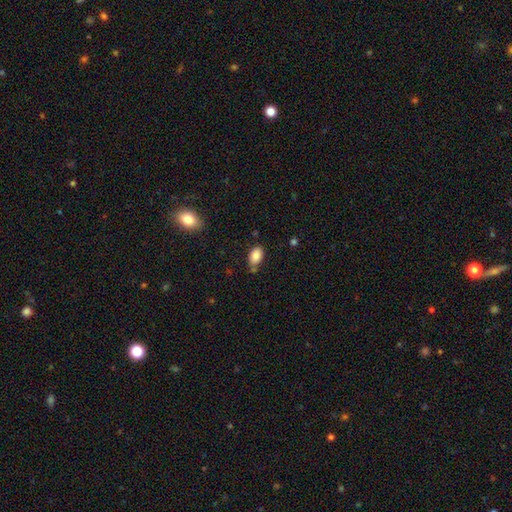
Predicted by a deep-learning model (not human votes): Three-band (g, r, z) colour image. It shows a smooth galaxy with no disk features (84%) that is in between round and cigar-shaped (90%). Merging: none (70%).